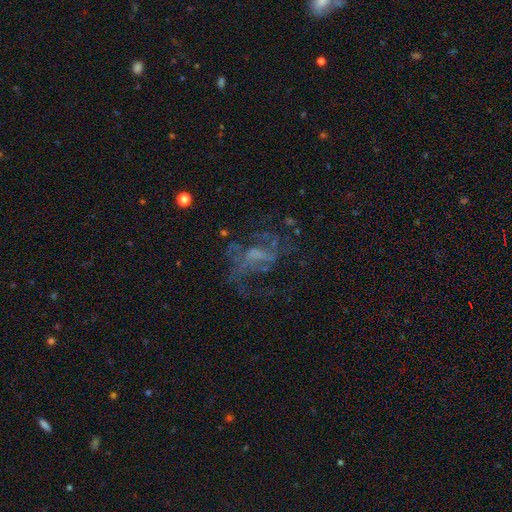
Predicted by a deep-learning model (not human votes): A featured or disk galaxy (64%) with no bar (53%), spiral arms (54%) and no central bulge (47%). Merging: none (45%).